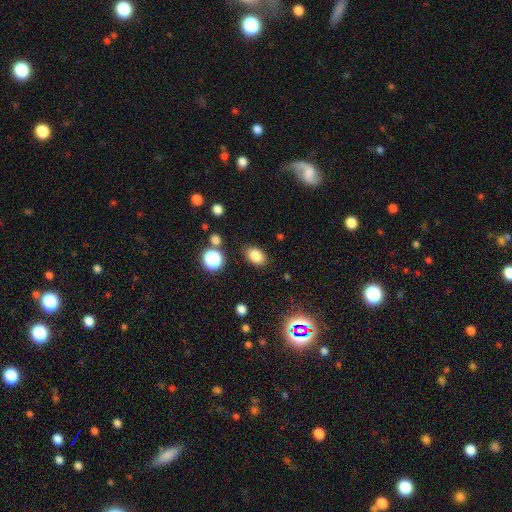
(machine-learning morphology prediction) This is clearly a smooth galaxy (82%). How rounded: clearly in between (81%). Merging: clearly none (85%).